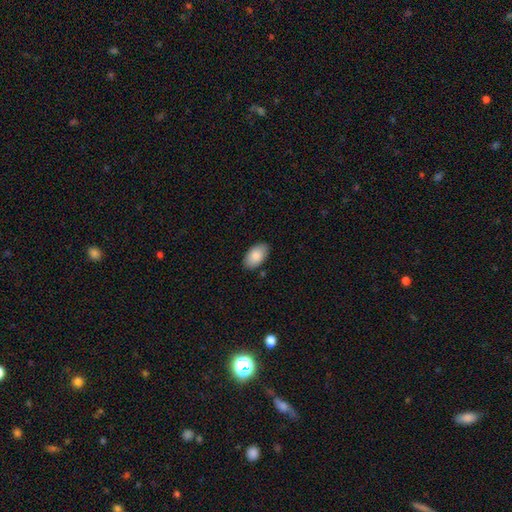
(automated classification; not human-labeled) This is clearly a smooth galaxy (87%). How rounded: clearly in between (95%). Merging: clearly none (87%).